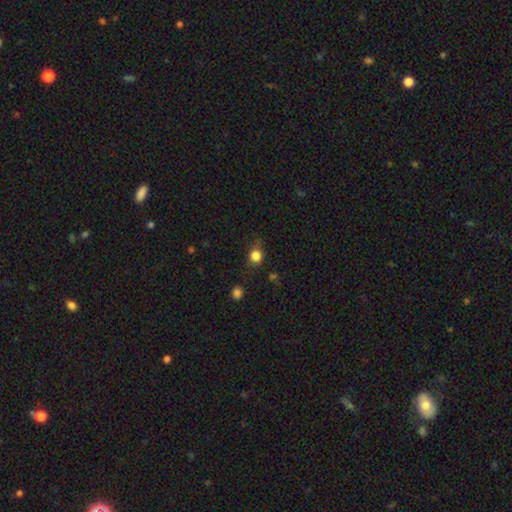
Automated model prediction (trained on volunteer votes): smooth_or_featured: smooth (p=0.83) [alt: star or artifact p=0.12]
how_rounded: round (p=0.82) [alt: in between p=0.17]
merging: none (p=0.70) [alt: minor disturbance p=0.20]